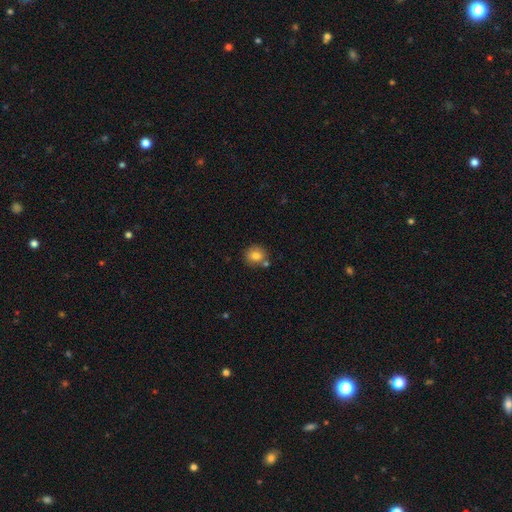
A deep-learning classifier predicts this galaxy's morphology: A smooth galaxy with no disk features (80%) that is round (80%).

Vote fractions:
- Smooth or featured? smooth: 80% / star or artifact: 10% / featured or disk: 9%
- How rounded? round: 80% / in between: 19% / cigar-shaped: 1%
- Merging? none: 73% / merger: 13% / minor disturbance: 12% / major disturbance: 3%